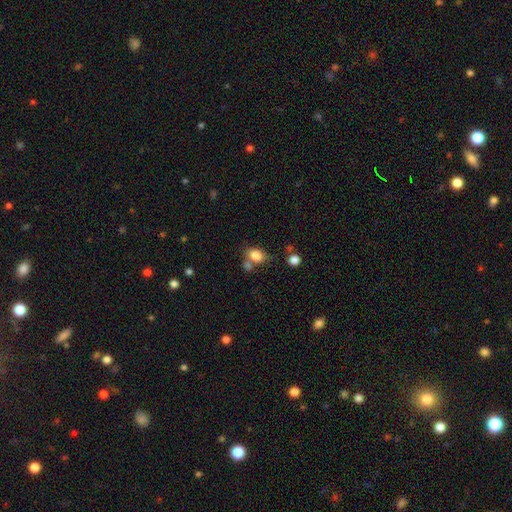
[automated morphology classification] Smooth or featured?
  - smooth: 82% *
  - star or artifact: 10%
  - featured or disk: 8%
How rounded?
  - in between: 76% *
  - round: 23%
  - cigar-shaped: 1%
Merging?
  - none: 50% *
  - merger: 26%
  - minor disturbance: 17%
  - major disturbance: 7%